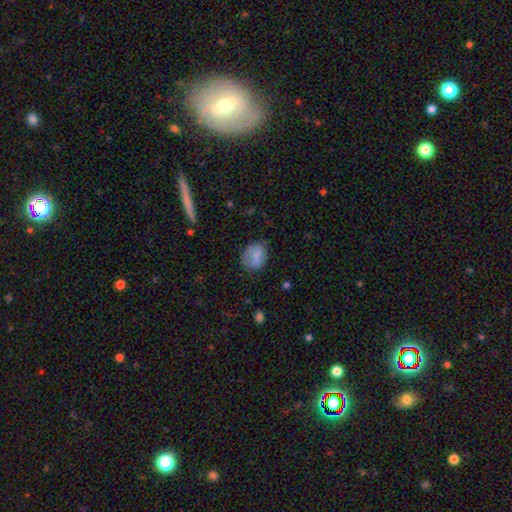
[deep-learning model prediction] Smooth or featured? smooth (79%)
How rounded? in between (54%)
Merging? none (63%)